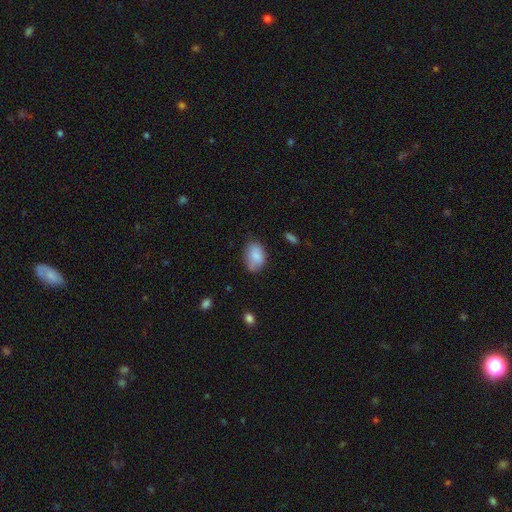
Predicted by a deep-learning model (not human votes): A smooth galaxy with no disk features (83%) that is in between round and cigar-shaped (81%). Merging: none (65%).